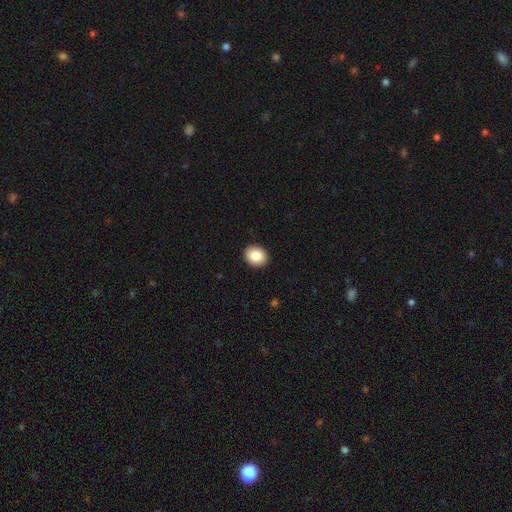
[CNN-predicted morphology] Smooth or featured? Predicted: smooth (p=0.85). How rounded? Predicted: round (p=0.64). Merging? Predicted: none (p=0.92).